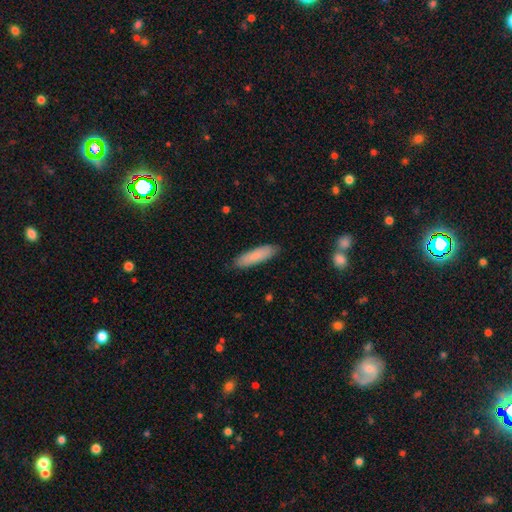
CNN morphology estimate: Q: Smooth or featured?
A: smooth (84%); runner-up: featured or disk (10%)
Q: How rounded?
A: cigar-shaped (75%); runner-up: in between (24%)
Q: Merging?
A: none (88%); runner-up: minor disturbance (9%)